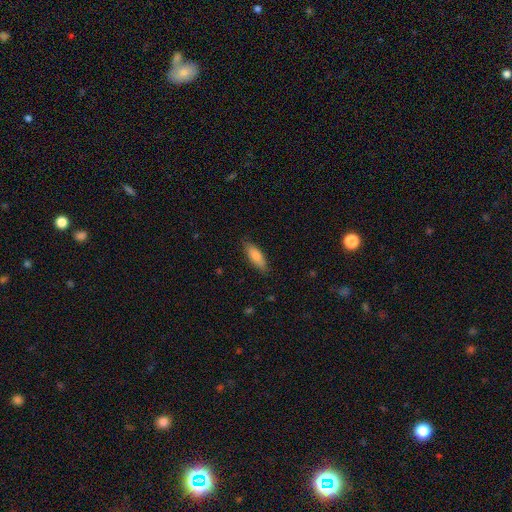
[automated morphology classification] Smooth or featured: smooth — 76% (featured or disk — 17%)
How rounded: in between — 54% (cigar-shaped — 44%)
Merging: none — 84% (minor disturbance — 13%)